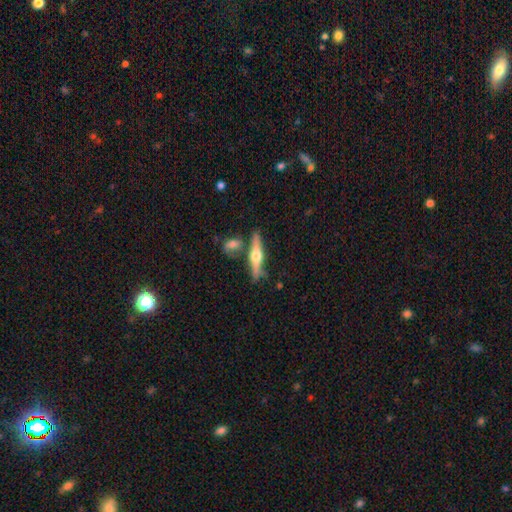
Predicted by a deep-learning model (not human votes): featured or disk 67%, smooth 27%, star or artifact 6%. Down the decision tree: edge-on disk — yes (95%); edge-on bulge — rounded (95%); merging — none (71%).